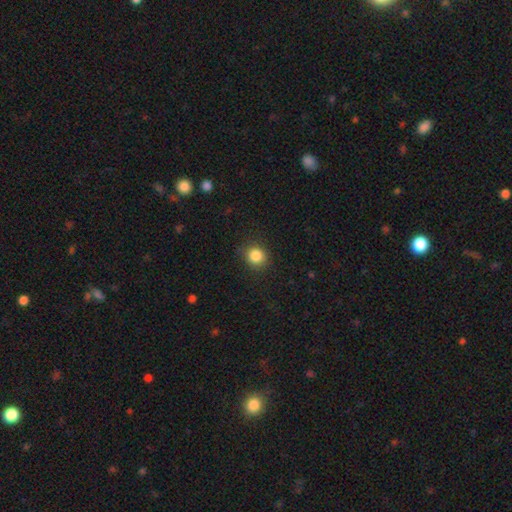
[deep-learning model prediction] Overall: smooth (85%). How rounded: round (84%). Merging: none (86%).